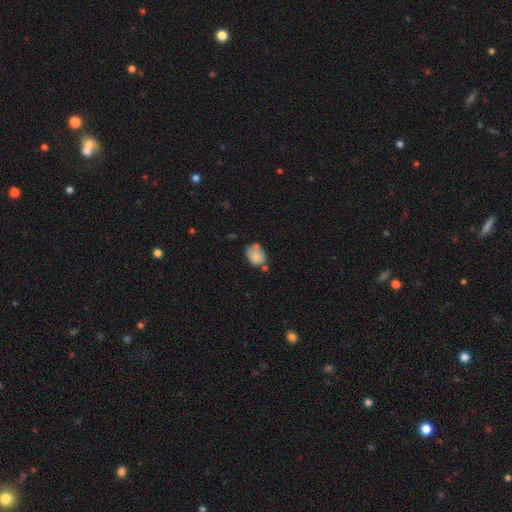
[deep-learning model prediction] Q: Smooth or featured?
A: smooth (81%); runner-up: featured or disk (11%)
Q: How rounded?
A: in between (64%); runner-up: round (35%)
Q: Merging?
A: none (52%); runner-up: minor disturbance (22%)